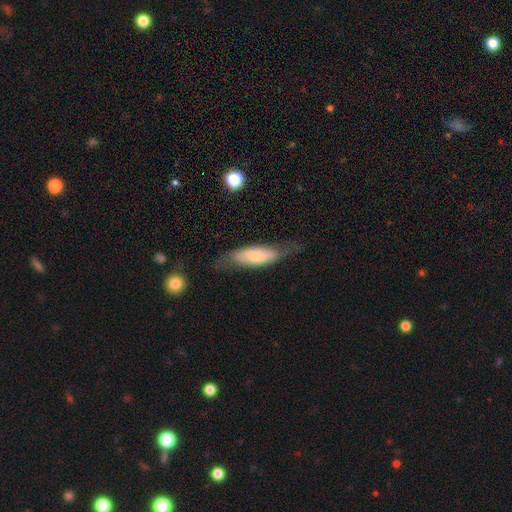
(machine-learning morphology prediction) This appears to be a smooth galaxy with no disk features (59%) that is in between round and cigar-shaped (58%). Merging: none (58%).